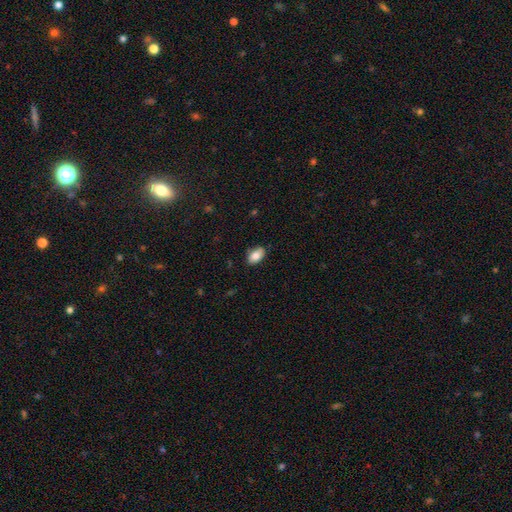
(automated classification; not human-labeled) Smooth or featured: smooth — 84% (featured or disk — 9%)
How rounded: in between — 91% (round — 7%)
Merging: none — 83% (minor disturbance — 13%)